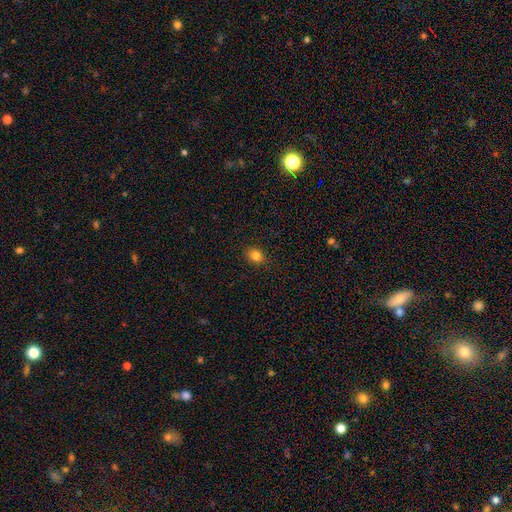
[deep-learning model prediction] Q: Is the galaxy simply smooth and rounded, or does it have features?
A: smooth — 83%.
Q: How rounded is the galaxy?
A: round — 53%.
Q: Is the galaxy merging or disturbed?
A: none — 89%.